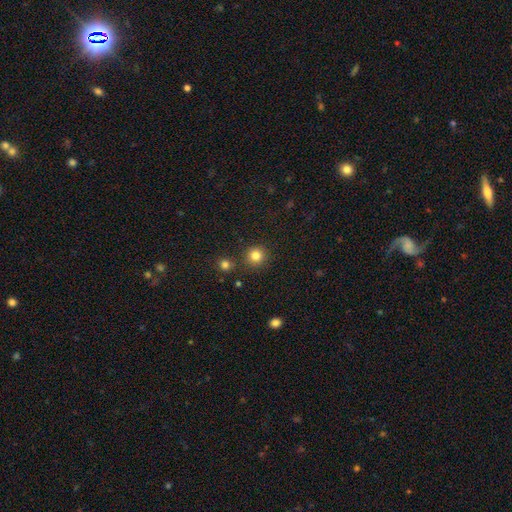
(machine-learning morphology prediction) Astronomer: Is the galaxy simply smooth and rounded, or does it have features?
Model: smooth — 83%.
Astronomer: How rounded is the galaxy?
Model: round — 93%.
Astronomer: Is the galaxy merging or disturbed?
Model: none — 86%.